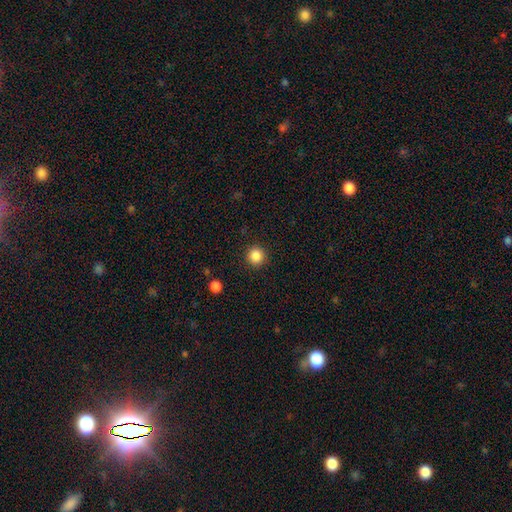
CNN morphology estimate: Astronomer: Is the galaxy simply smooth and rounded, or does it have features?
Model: smooth — 87%.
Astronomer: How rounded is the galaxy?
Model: round — 95%.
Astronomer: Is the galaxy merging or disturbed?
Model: none — 92%.